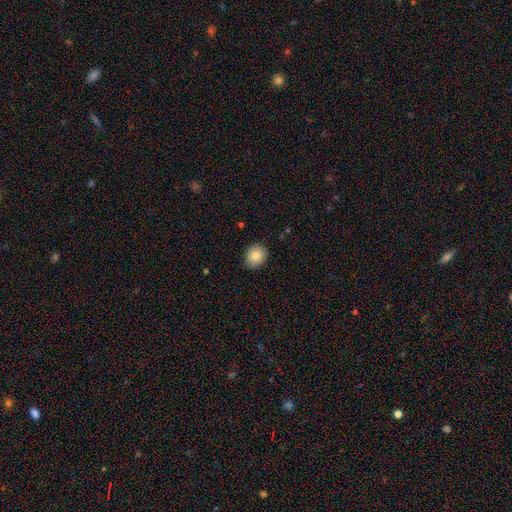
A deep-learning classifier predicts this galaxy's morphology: type=smooth (82%); roundness=round (71%); merging=none (86%).